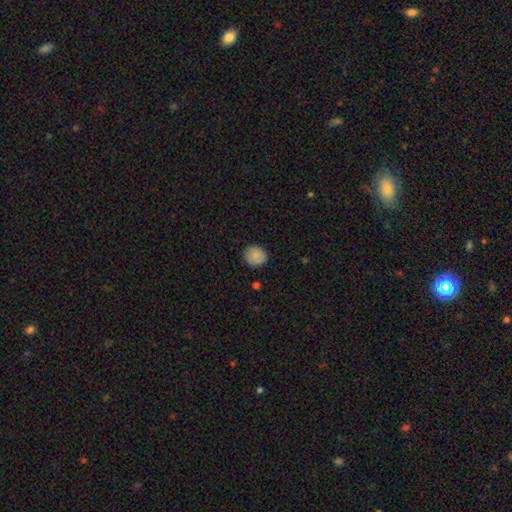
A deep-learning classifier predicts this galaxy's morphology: smooth 86%, star or artifact 8%, featured or disk 5%. Down the decision tree: how rounded — round (86%); merging — none (86%).